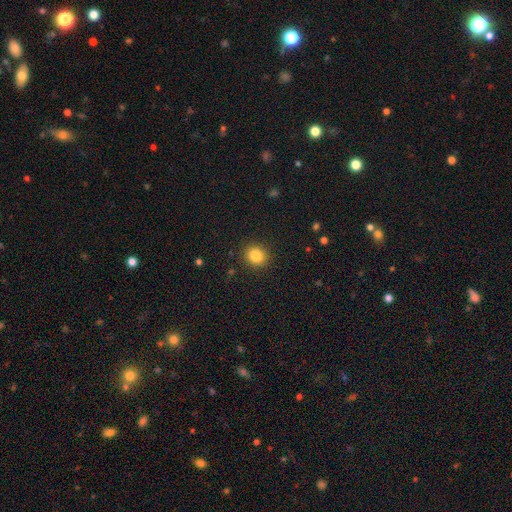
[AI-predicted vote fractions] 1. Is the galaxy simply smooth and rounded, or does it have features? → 84% smooth, 11% star or artifact, 5% featured or disk.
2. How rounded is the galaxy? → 84% round, 15% in between, 1% cigar-shaped.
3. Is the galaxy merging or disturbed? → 91% none, 6% minor disturbance, 2% major disturbance, 1% merger.